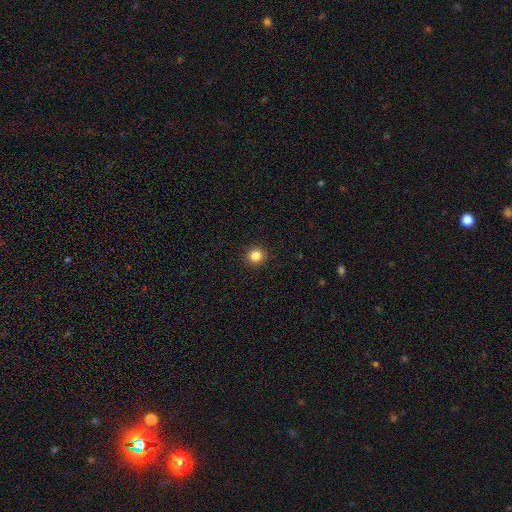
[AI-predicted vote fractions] The model was most divided on "smooth or featured": smooth: 84%, star or artifact: 12%, featured or disk: 4%. More confident: merging — none (93%); how rounded — round (93%).